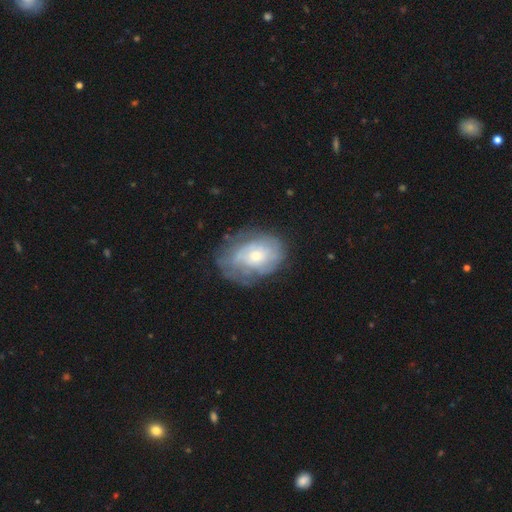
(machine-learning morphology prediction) Smooth or featured?
  - featured or disk: 59% *
  - smooth: 33%
  - star or artifact: 8%
Edge-on disk?
  - no: 96% *
  - yes: 4%
Bar?
  - no: 79% *
  - weak: 18%
  - strong: 3%
Spiral arms?
  - yes: 63% *
  - no: 37%
Bulge size?
  - small: 49% *
  - moderate: 44%
  - large: 4%
  - none: 2%
  - dominant: 1%
Merging?
  - none: 59% *
  - minor disturbance: 25%
  - major disturbance: 14%
  - merger: 2%